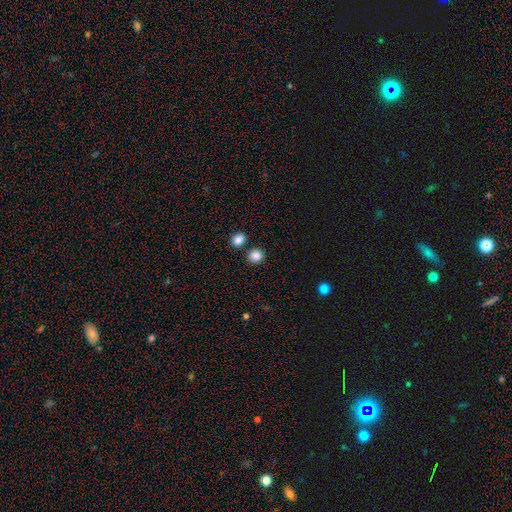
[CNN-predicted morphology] The model was most divided on "how rounded": round: 82%, in between: 17%, cigar-shaped: 1%. More confident: smooth or featured — smooth (86%); merging — none (82%).